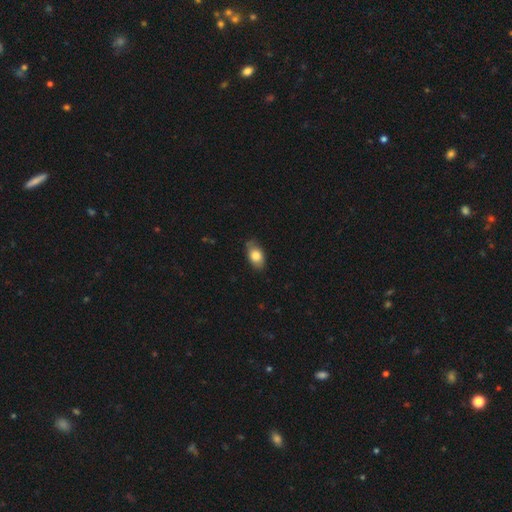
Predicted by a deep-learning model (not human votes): Smooth or featured: smooth — 79% (featured or disk — 14%)
How rounded: in between — 88% (round — 10%)
Merging: none — 77% (minor disturbance — 18%)